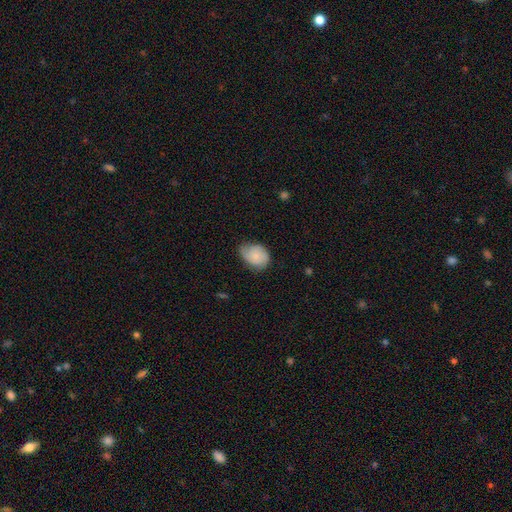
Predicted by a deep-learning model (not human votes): This appears to be a smooth galaxy with no disk features (72%) that is in between round and cigar-shaped (62%). Merging: none (49%).